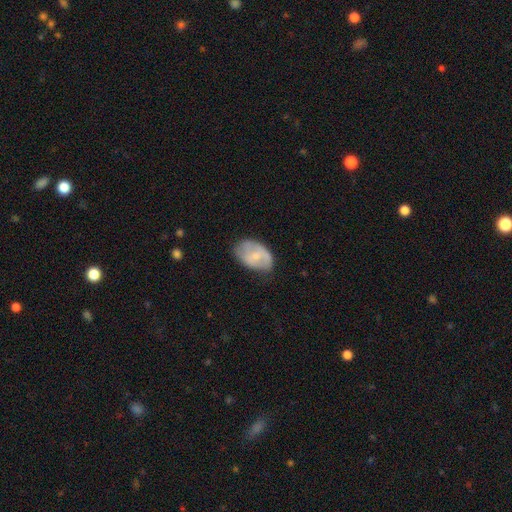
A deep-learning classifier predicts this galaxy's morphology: Smooth or featured? smooth (57%)
How rounded? in between (88%)
Merging? none (55%)